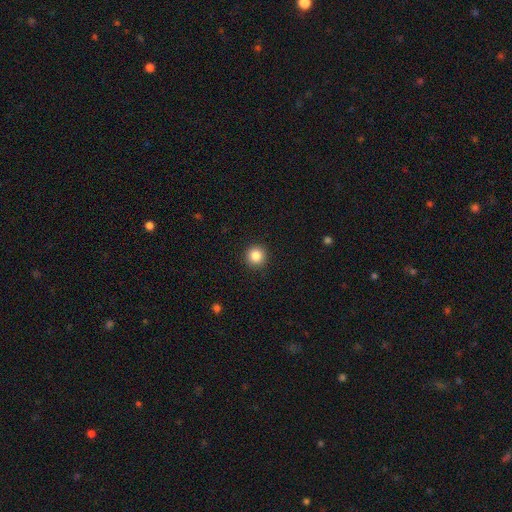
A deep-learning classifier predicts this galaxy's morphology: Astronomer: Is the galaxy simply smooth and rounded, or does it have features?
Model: smooth — 85%.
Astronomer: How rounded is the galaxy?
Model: round — 95%.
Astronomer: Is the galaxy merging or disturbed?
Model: none — 93%.